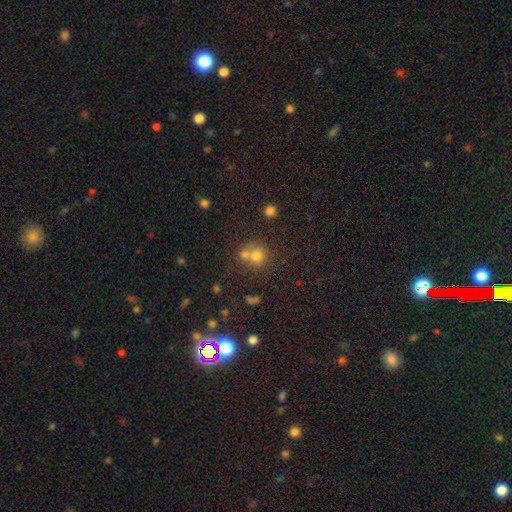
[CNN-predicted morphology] A smooth galaxy with no disk features (68%) that is round (85%). Merging: none (47%).